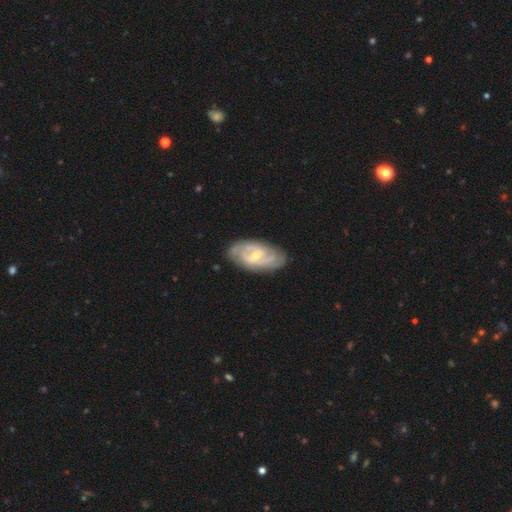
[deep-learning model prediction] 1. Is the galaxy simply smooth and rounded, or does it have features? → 82% featured or disk, 13% smooth, 5% star or artifact.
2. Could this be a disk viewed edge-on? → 94% no, 6% yes.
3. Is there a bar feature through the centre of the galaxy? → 44% weak, 37% no, 19% strong.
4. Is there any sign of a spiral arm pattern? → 88% yes, 12% no.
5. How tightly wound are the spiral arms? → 61% tight, 31% medium, 8% loose.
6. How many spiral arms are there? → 49% 2, 28% can't tell, 13% 3, 4% 4, 3% 1, 3% more than 4.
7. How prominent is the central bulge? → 49% moderate, 48% small, 1% large, 1% none, 1% dominant.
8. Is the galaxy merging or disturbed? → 79% none, 16% minor disturbance, 4% major disturbance, 1% merger.